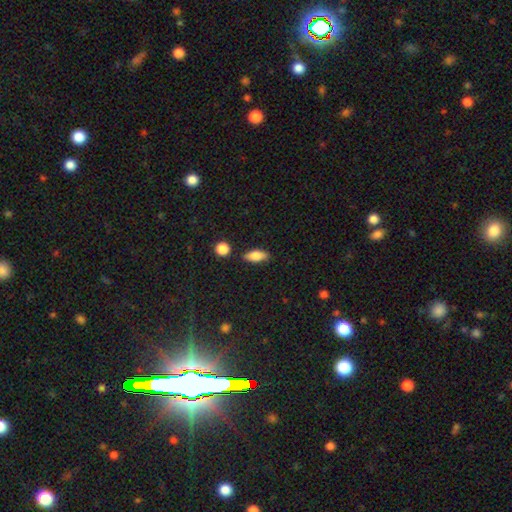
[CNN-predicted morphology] A smooth galaxy with no disk features (79%) that is in between round and cigar-shaped (79%).

Vote fractions:
- Smooth or featured? smooth: 79% / featured or disk: 13% / star or artifact: 7%
- How rounded? in between: 79% / cigar-shaped: 16% / round: 5%
- Merging? none: 82% / minor disturbance: 11% / merger: 4% / major disturbance: 3%